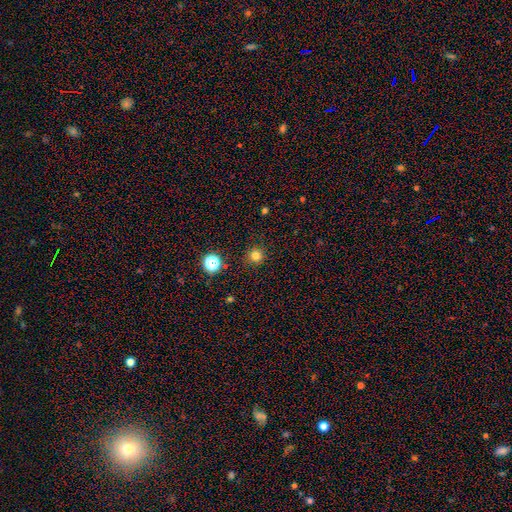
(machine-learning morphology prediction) Smooth or featured?
  - smooth: 77% *
  - star or artifact: 18%
  - featured or disk: 5%
How rounded?
  - round: 95% *
  - in between: 4%
  - cigar-shaped: 1%
Merging?
  - none: 90% *
  - minor disturbance: 6%
  - major disturbance: 2%
  - merger: 1%